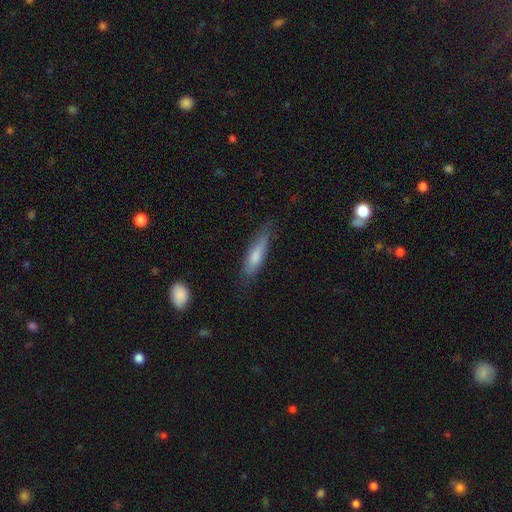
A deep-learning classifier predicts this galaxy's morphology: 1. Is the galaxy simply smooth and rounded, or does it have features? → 75% smooth, 19% featured or disk, 6% star or artifact.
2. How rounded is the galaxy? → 69% cigar-shaped, 29% in between, 2% round.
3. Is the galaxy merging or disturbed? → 71% none, 22% minor disturbance, 5% major disturbance, 2% merger.